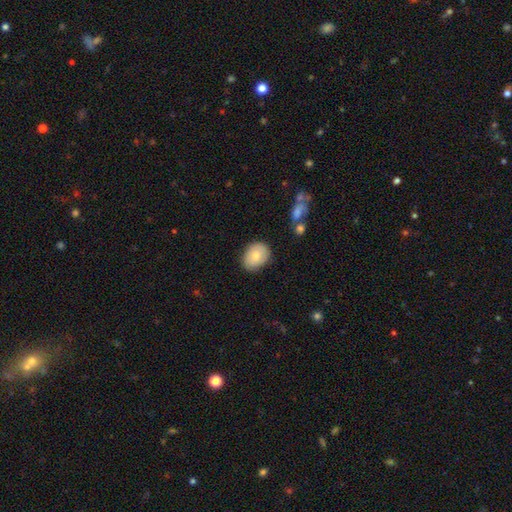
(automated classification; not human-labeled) Morphology: type=smooth (77%); roundness=in between (59%); merging=none (78%).